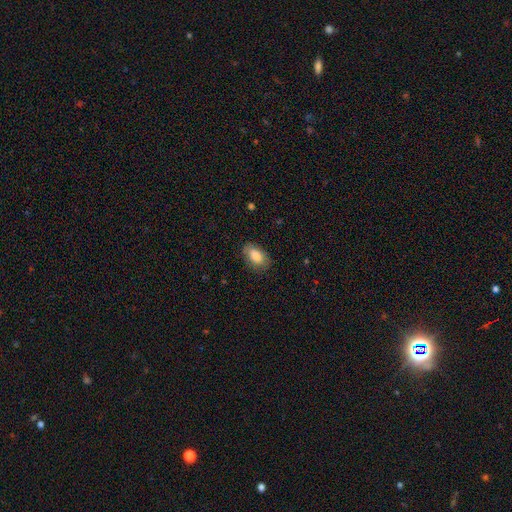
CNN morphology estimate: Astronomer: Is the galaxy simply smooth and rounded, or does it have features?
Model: smooth — 83%.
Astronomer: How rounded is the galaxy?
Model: in between — 92%.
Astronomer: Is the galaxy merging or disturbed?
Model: none — 81%.